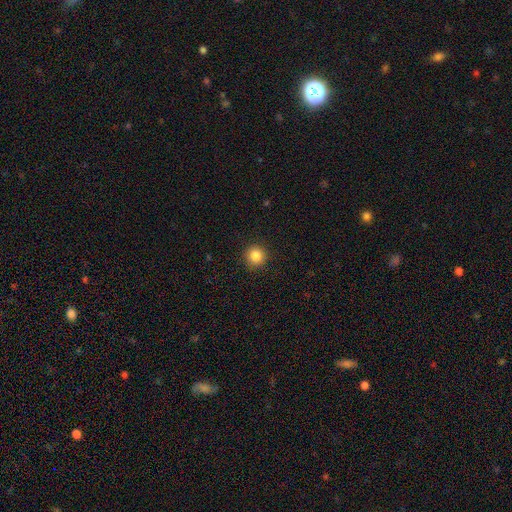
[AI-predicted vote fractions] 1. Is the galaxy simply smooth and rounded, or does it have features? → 86% smooth, 11% star or artifact, 3% featured or disk.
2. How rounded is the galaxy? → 94% round, 5% in between, 1% cigar-shaped.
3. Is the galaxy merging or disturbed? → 91% none, 6% minor disturbance, 2% major disturbance, 1% merger.